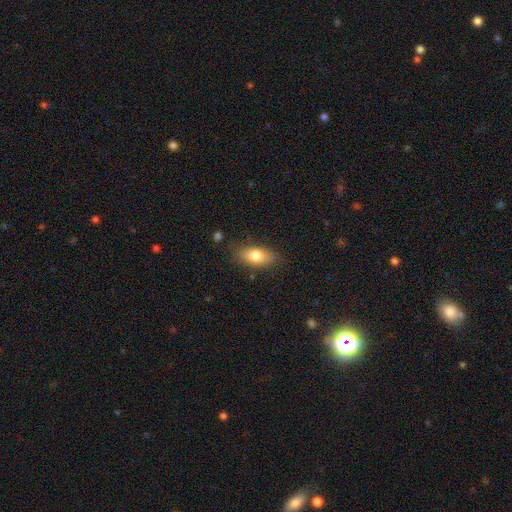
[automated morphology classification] Overall: smooth (76%). How rounded: in between (85%). Merging: none (82%).